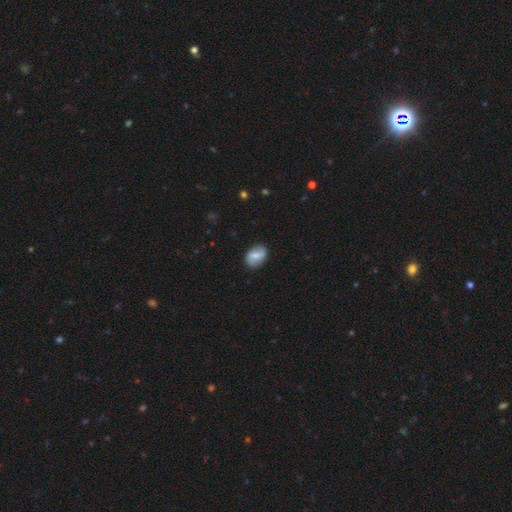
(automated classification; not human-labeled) The model was most divided on "smooth or featured" (2-way tie): featured or disk: 46%, smooth: 46%, star or artifact: 7%. More confident: merging — none (82%).